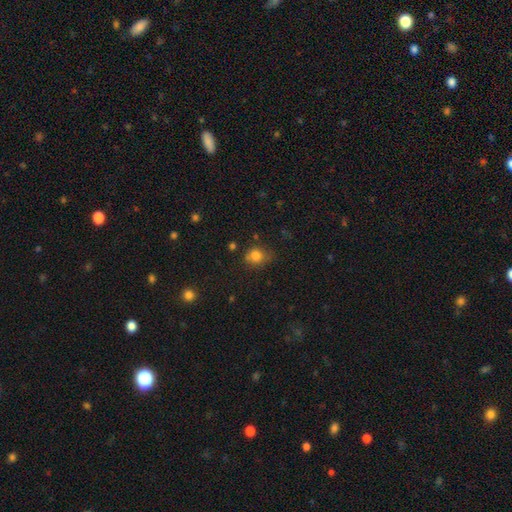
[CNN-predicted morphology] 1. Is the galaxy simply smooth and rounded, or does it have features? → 81% smooth, 12% star or artifact, 7% featured or disk.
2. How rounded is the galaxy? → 70% round, 29% in between, 1% cigar-shaped.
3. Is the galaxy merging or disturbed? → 63% none, 25% minor disturbance, 7% major disturbance, 4% merger.